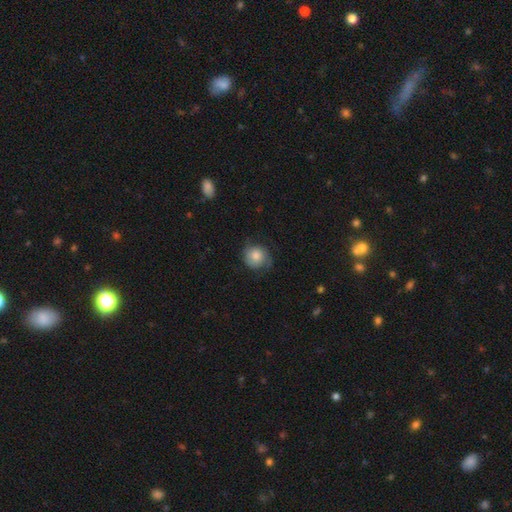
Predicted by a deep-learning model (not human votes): The model was most divided on "smooth or featured": smooth: 61%, featured or disk: 32%, star or artifact: 8%. More confident: how rounded — round (83%); merging — none (65%).